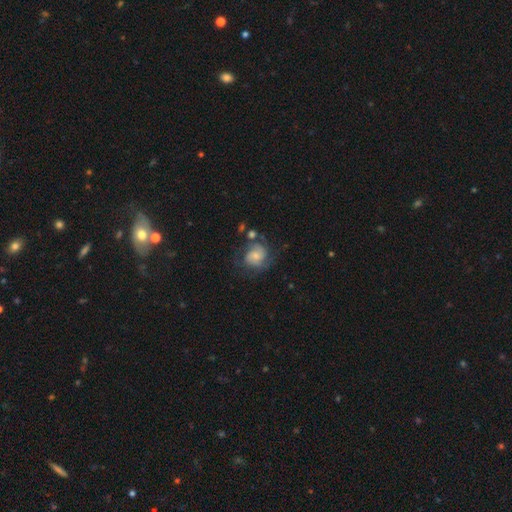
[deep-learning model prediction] Overall: featured or disk (57%; smooth 35%). Edge-on disk: no (98%). Bar: no (65%; weak 30%). Spiral arms: yes (83%). Bulge size: small (48%; moderate 36%). Merging: none (53%; minor disturbance 22%).